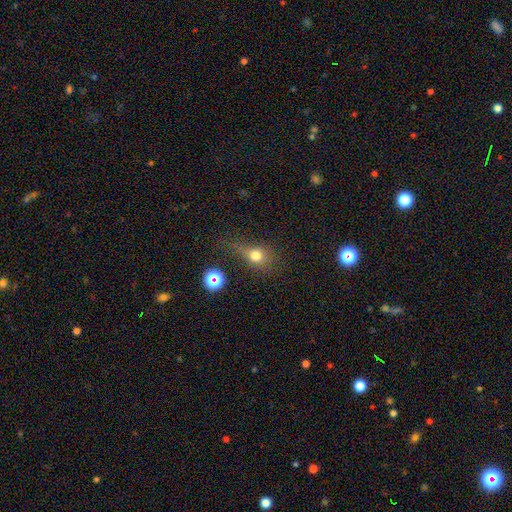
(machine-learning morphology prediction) Smooth or featured?
  - smooth: 69% *
  - star or artifact: 18%
  - featured or disk: 13%
How rounded?
  - round: 60% *
  - in between: 35%
  - cigar-shaped: 4%
Merging?
  - none: 44% *
  - minor disturbance: 26%
  - major disturbance: 23%
  - merger: 6%